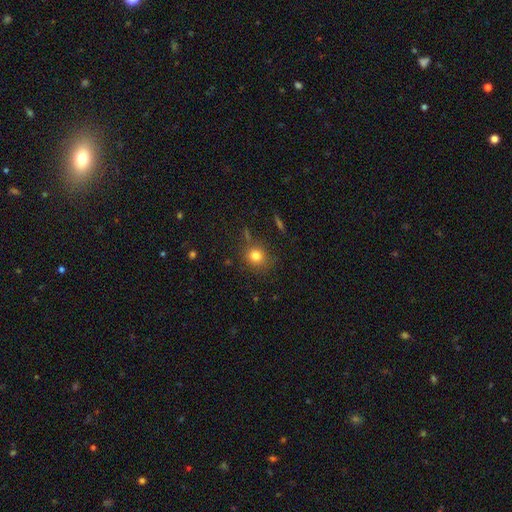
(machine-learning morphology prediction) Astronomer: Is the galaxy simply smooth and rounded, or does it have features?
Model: smooth — 79%.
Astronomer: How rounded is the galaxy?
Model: round — 85%.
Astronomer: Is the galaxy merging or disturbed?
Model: none — 79%.